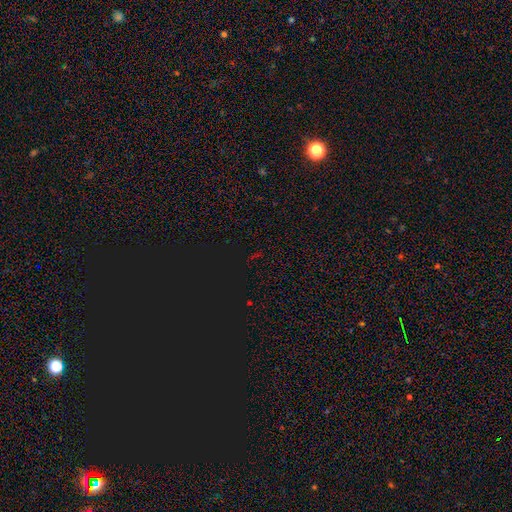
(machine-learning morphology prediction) Smooth or featured? star or artifact (76%)